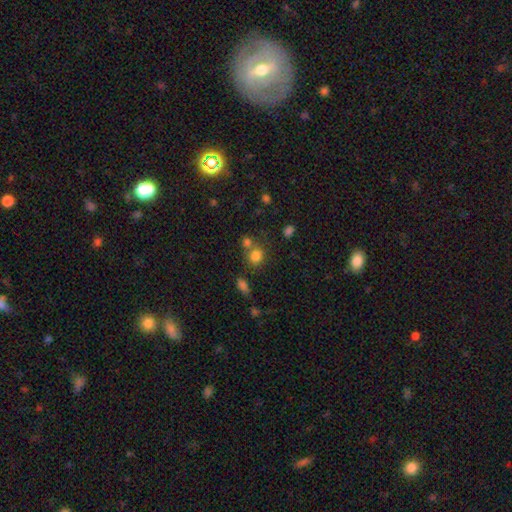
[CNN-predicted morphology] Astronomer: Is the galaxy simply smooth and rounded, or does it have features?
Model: smooth — 78%.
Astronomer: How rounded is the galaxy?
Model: round — 76%.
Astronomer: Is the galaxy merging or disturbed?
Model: none — 58%.